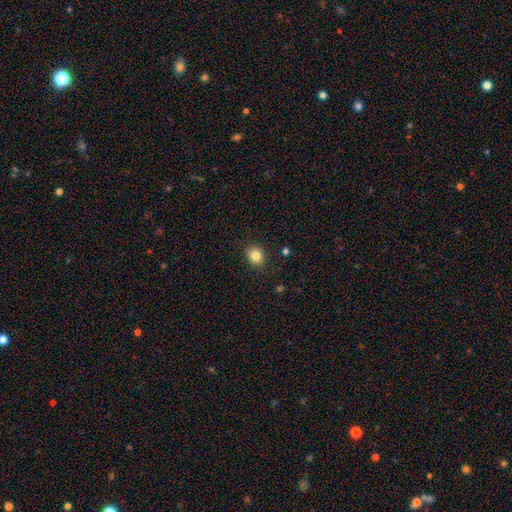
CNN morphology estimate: A smooth galaxy with no disk features (83%) that is round (69%).

Vote fractions:
- Smooth or featured? smooth: 83% / star or artifact: 11% / featured or disk: 6%
- How rounded? round: 69% / in between: 30% / cigar-shaped: 1%
- Merging? none: 89% / minor disturbance: 8% / major disturbance: 2% / merger: 1%